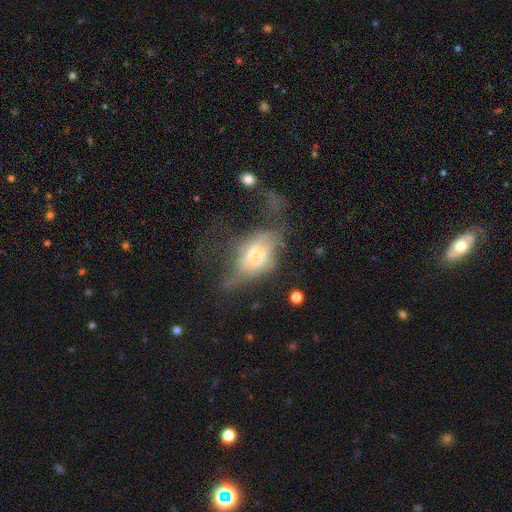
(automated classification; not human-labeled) A featured or disk galaxy (58%) viewed edge-on (53%). Merging: major disturbance (46%).